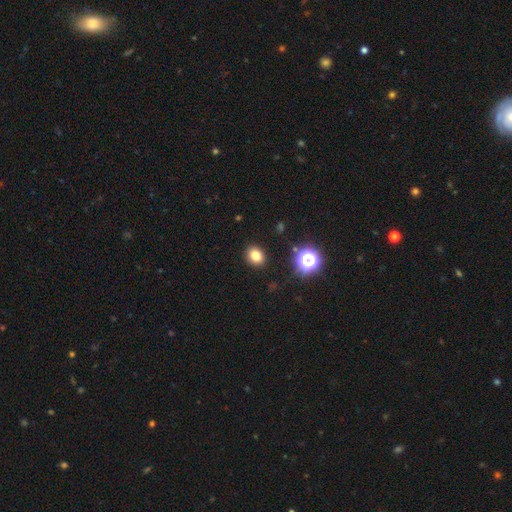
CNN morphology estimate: A smooth galaxy with no disk features (79%) that is round (53%). Merging: none (90%).